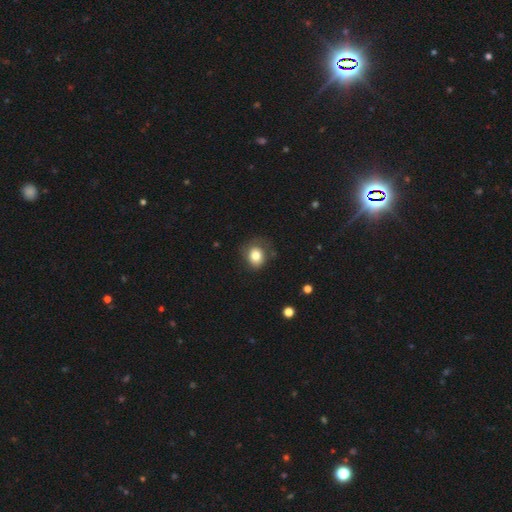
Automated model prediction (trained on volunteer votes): Morphology: type=smooth (79%); roundness=round (65%); merging=none (65%).